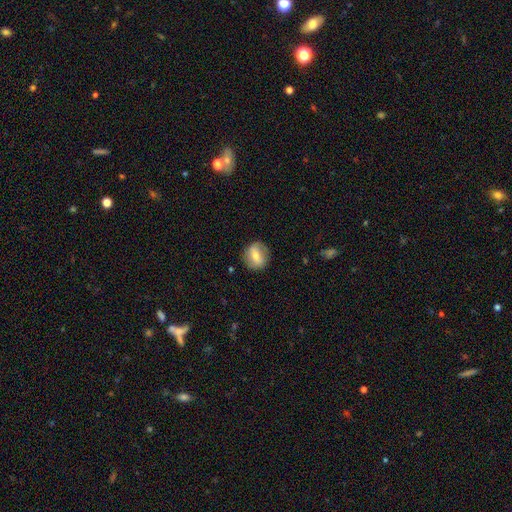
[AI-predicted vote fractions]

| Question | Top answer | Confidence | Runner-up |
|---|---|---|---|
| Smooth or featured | smooth | 58% | featured or disk (34%) |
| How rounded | round | 74% | in between (24%) |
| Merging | none | 83% | minor disturbance (12%) |